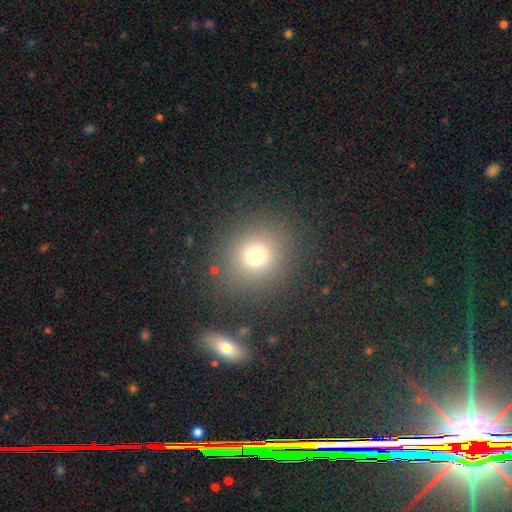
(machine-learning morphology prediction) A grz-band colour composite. It shows a smooth galaxy with no disk features (72%) that is round (86%). Merging: none (85%).